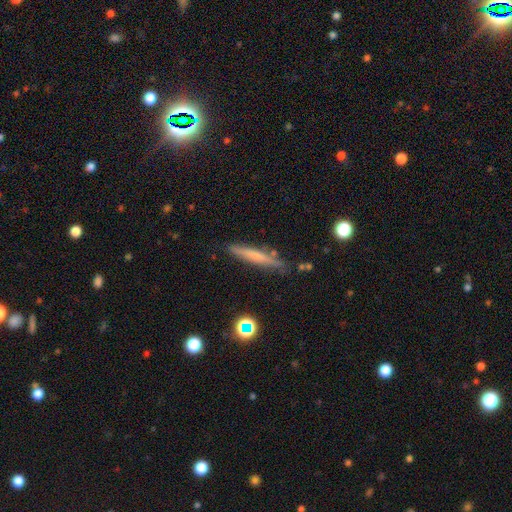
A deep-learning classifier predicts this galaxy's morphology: Smooth or featured: smooth — 56% (featured or disk — 35%)
How rounded: cigar-shaped — 93% (in between — 5%)
Merging: none — 81% (minor disturbance — 13%)